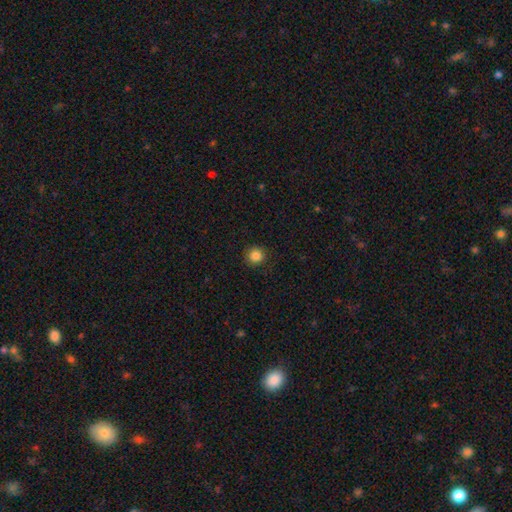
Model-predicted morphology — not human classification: The model was most divided on "smooth or featured": smooth: 85%, star or artifact: 11%, featured or disk: 4%. More confident: how rounded — round (94%); merging — none (91%).